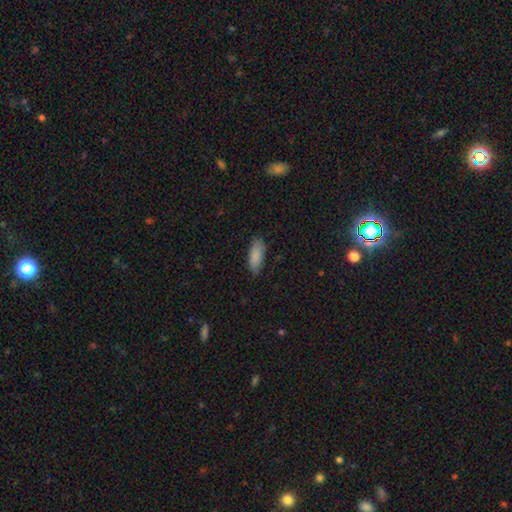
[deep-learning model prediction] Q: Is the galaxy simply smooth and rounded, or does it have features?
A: smooth — 87%.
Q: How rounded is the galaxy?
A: in between — 76%.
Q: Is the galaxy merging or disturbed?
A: none — 79%.